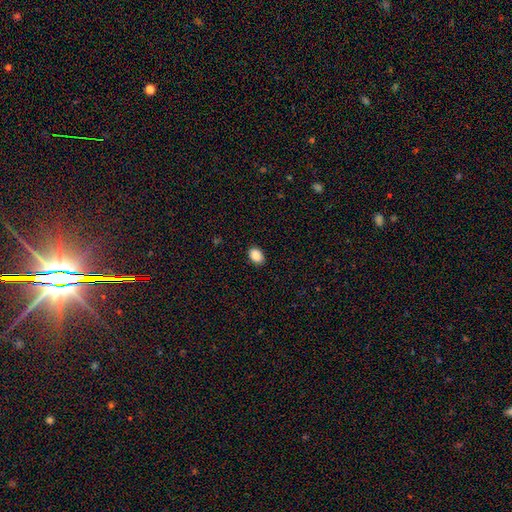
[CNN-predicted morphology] A smooth galaxy with no disk features (89%) that is in between round and cigar-shaped (81%). Merging: none (89%).